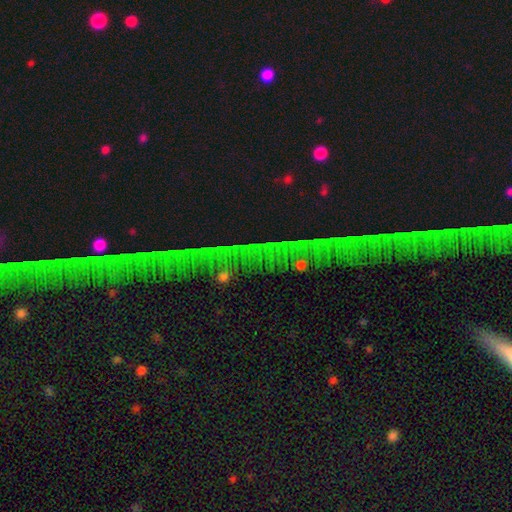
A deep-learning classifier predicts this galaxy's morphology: type=star or artifact (83%).